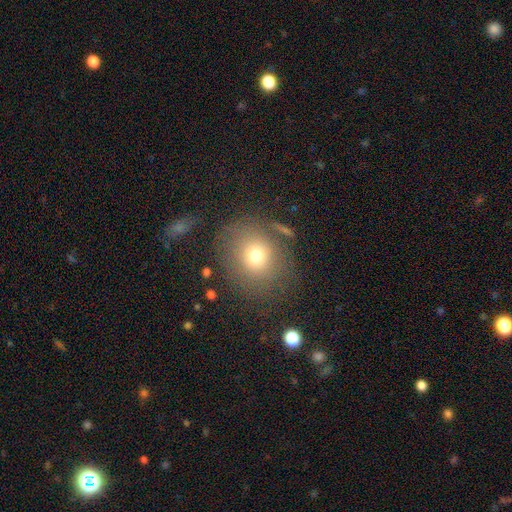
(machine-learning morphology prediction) A smooth galaxy with no disk features (72%) that is round (79%). Merging: none (77%).